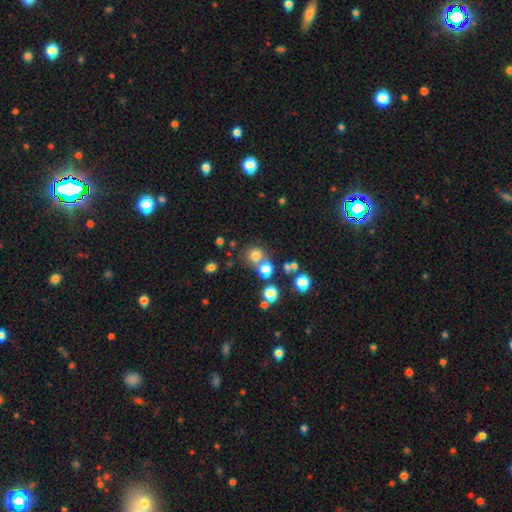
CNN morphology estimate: smooth 73%, star or artifact 18%, featured or disk 9%. Down the decision tree: how rounded — round (85%); merging — none (59%).